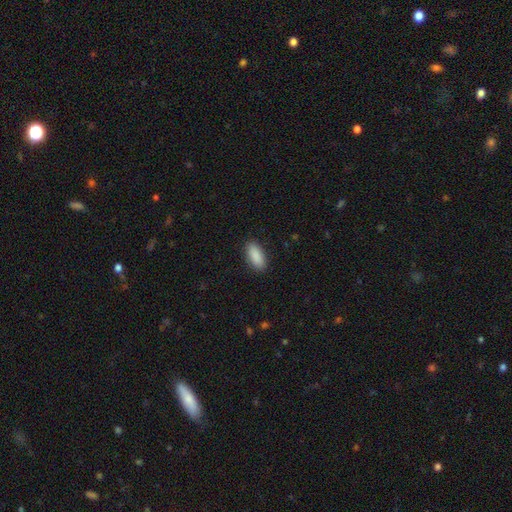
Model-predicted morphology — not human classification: The model was most divided on "how rounded": in between: 85%, cigar-shaped: 13%, round: 2%. More confident: smooth or featured — smooth (91%); merging — none (89%).